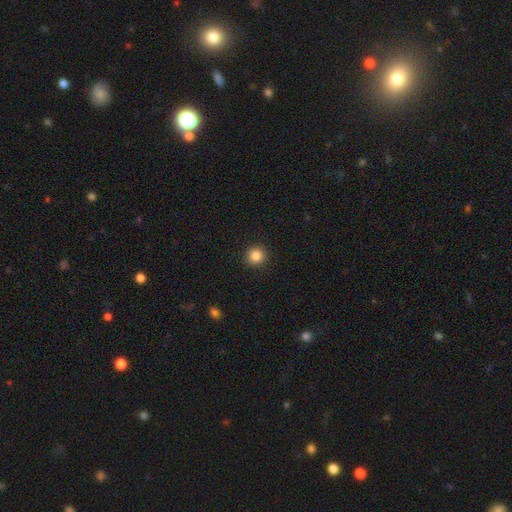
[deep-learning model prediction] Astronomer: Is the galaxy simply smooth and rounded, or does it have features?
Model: smooth — 85%.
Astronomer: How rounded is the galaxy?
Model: round — 94%.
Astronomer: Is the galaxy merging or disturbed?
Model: none — 92%.